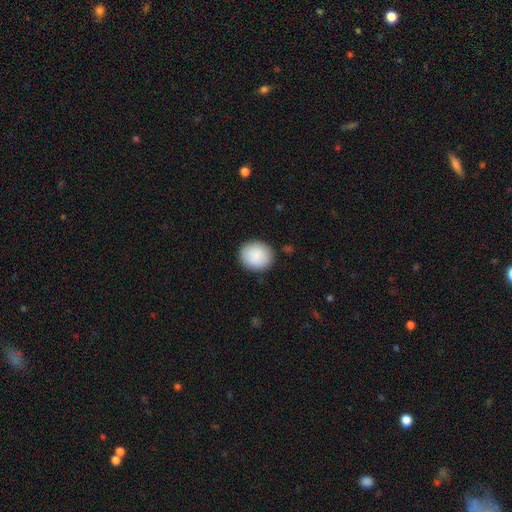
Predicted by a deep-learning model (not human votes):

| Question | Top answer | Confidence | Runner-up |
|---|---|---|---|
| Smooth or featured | smooth | 89% | star or artifact (6%) |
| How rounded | round | 73% | in between (26%) |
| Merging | none | 88% | minor disturbance (9%) |